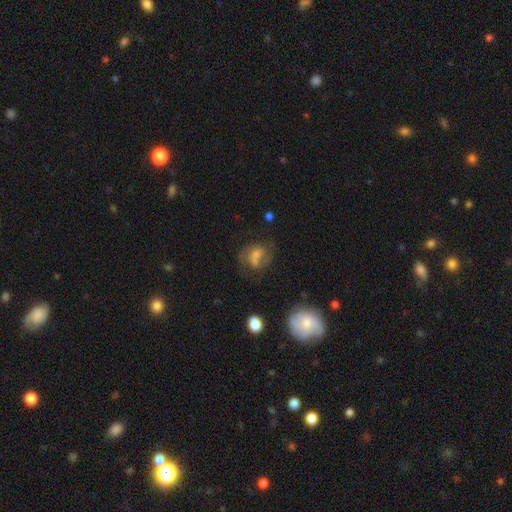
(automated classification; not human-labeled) Overall: smooth (52%; featured or disk 34%). How rounded: in between (50%; round 48%). Merging: none (41%; minor disturbance 21%).